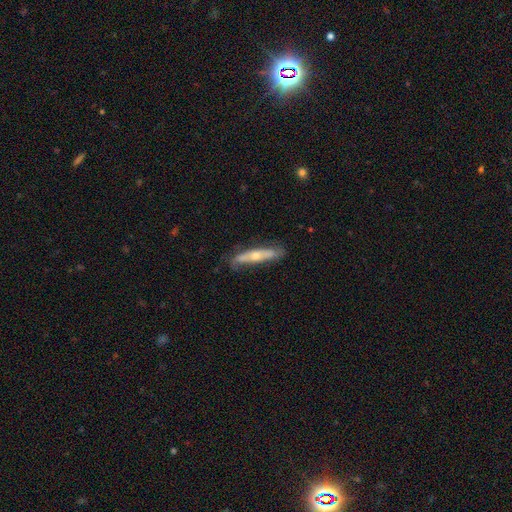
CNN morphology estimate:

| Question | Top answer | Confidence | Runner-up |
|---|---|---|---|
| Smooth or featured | featured or disk | 57% | smooth (37%) |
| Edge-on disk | yes | 69% | no (31%) |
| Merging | none | 72% | minor disturbance (20%) |